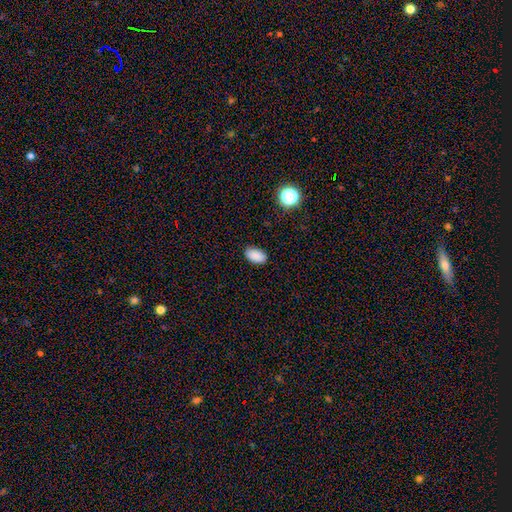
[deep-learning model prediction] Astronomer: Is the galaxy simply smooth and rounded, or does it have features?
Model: smooth — 88%.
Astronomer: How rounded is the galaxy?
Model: in between — 93%.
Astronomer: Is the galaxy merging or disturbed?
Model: none — 89%.